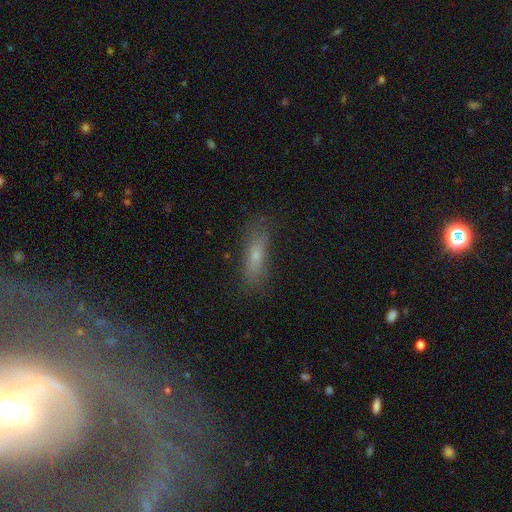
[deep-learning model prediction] Overall: smooth (66%). How rounded: cigar-shaped (64%; in between 33%). Merging: none (76%).